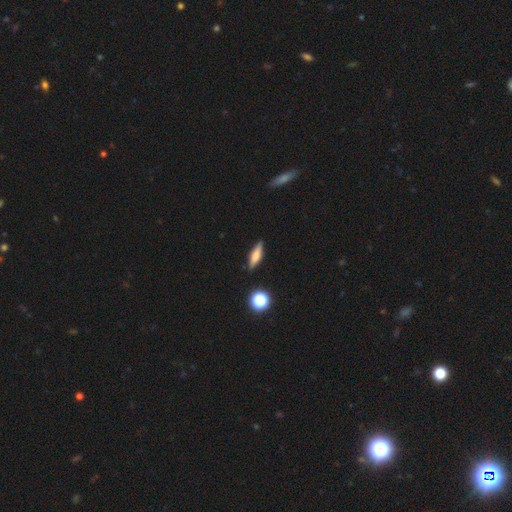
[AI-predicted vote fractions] This appears to be a smooth galaxy with no disk features (58%) that is cigar-shaped (62%). Merging: none (86%).